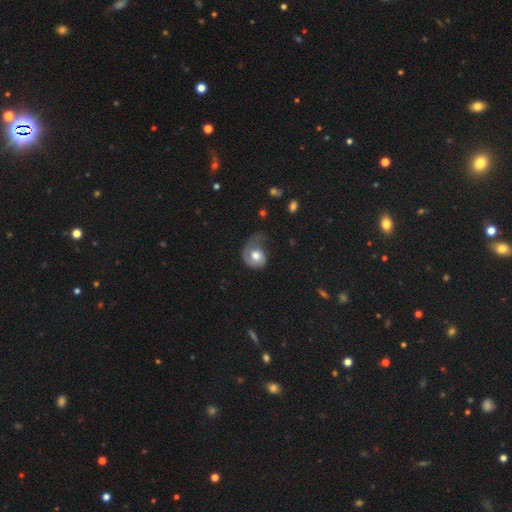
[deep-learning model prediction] This appears to be a featured or disk galaxy (57%) with no bar (78%), spiral arms (83%) and a moderate central bulge (49%). Merging: major disturbance (42%).